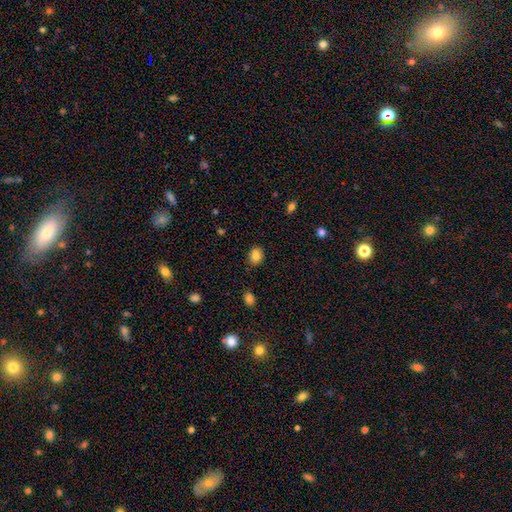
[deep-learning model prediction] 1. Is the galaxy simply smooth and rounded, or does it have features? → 84% smooth, 10% star or artifact, 7% featured or disk.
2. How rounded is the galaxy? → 56% in between, 43% round, 1% cigar-shaped.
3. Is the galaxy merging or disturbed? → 82% none, 13% minor disturbance, 3% major disturbance, 2% merger.